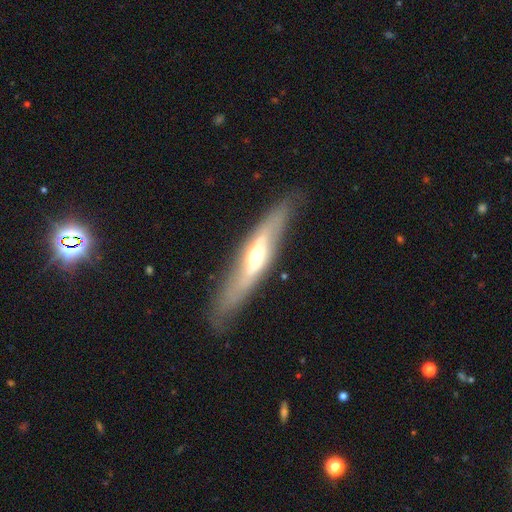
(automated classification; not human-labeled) Smooth or featured: featured or disk — 65% (smooth — 29%)
Edge-on disk: yes — 62% (no — 38%)
Merging: none — 82% (minor disturbance — 13%)